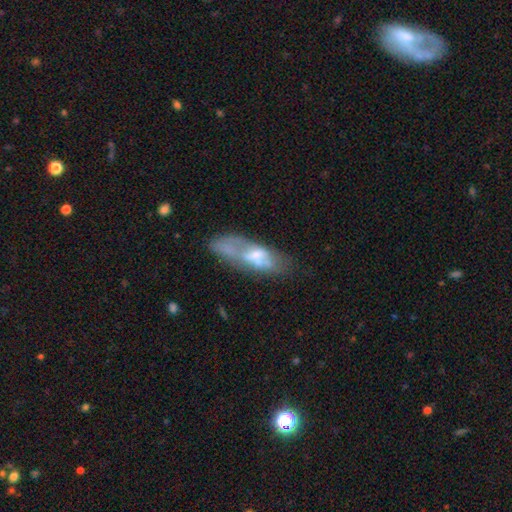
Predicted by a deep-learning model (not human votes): This appears to be a featured or disk galaxy (51%). Merging: none (45%).